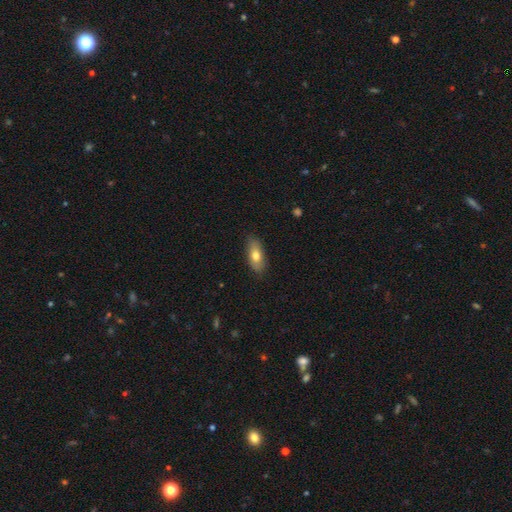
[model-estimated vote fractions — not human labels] Smooth or featured?
  - smooth: 72% *
  - featured or disk: 21%
  - star or artifact: 6%
How rounded?
  - in between: 80% *
  - cigar-shaped: 17%
  - round: 3%
Merging?
  - none: 83% *
  - minor disturbance: 14%
  - major disturbance: 2%
  - merger: 1%